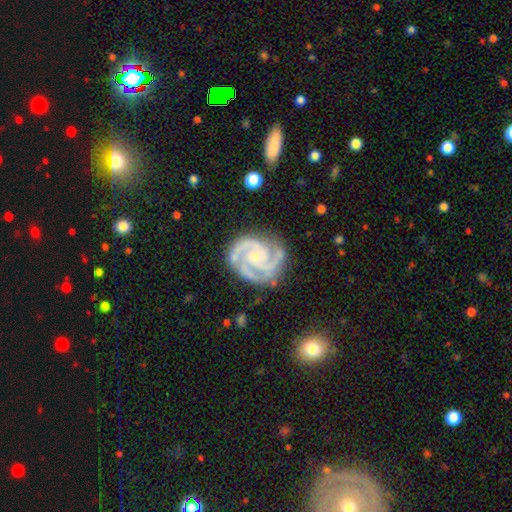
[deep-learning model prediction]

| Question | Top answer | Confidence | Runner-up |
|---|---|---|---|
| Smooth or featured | featured or disk | 93% | star or artifact (4%) |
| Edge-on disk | no | 98% | yes (2%) |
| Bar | no | 66% | weak (25%) |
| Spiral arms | yes | 99% | no (1%) |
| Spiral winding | tight | 63% | medium (34%) |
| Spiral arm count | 2 | 44% | 3 (43%) |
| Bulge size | small | 76% | moderate (18%) |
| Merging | none | 75% | minor disturbance (17%) |